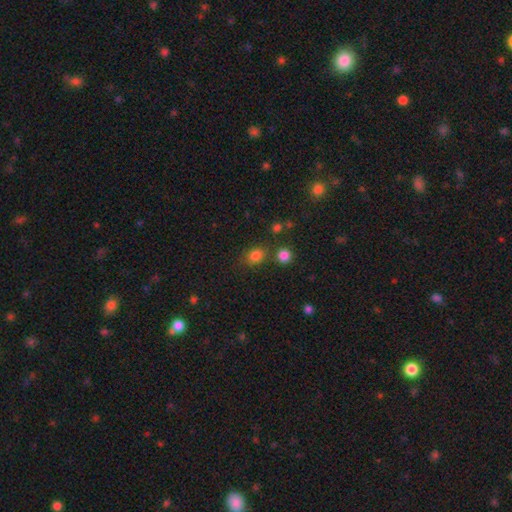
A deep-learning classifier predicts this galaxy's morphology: smooth 81%, star or artifact 14%, featured or disk 5%. Down the decision tree: how rounded — round (58%); merging — none (71%).